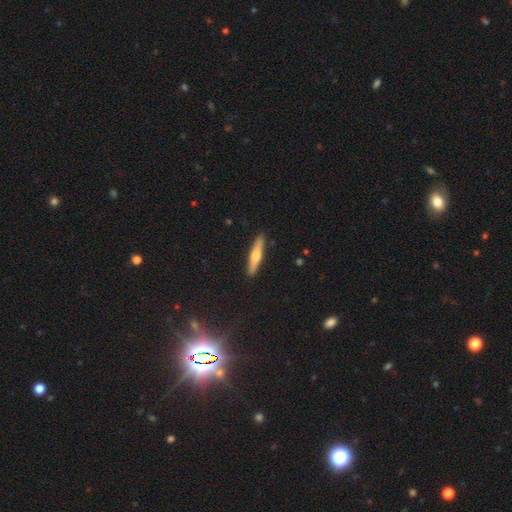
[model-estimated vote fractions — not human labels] smooth_or_featured: smooth (p=0.47) [tied with: featured or disk p=0.47]
merging: none (p=0.90) [alt: minor disturbance p=0.07]